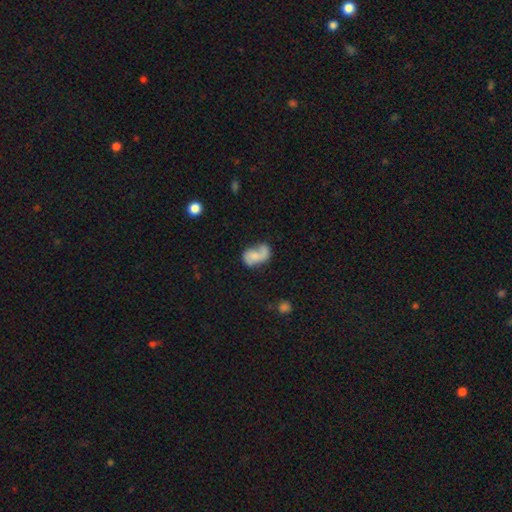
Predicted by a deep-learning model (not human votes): A smooth galaxy with no disk features (47%).

Vote fractions:
- Smooth or featured? smooth: 47% / featured or disk: 44% / star or artifact: 9%
- Merging? none: 33% / major disturbance: 28% / minor disturbance: 24% / merger: 15%